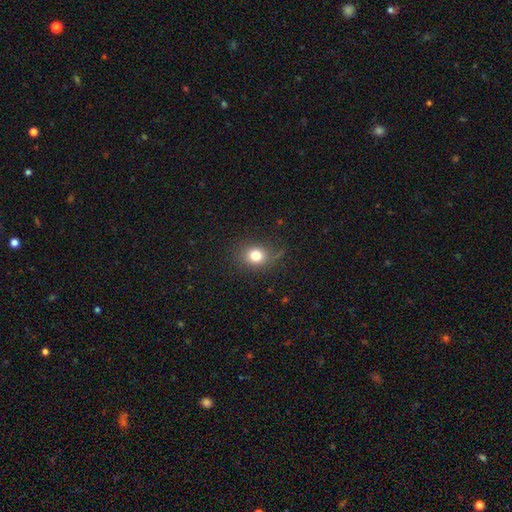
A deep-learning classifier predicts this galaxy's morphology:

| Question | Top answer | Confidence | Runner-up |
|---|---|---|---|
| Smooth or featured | smooth | 78% | star or artifact (13%) |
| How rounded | round | 66% | in between (33%) |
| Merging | none | 77% | minor disturbance (16%) |